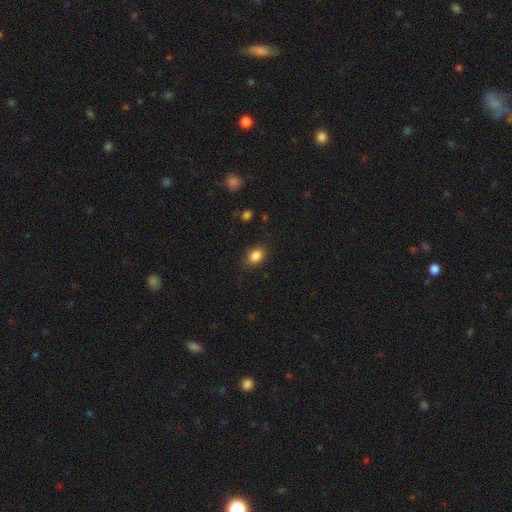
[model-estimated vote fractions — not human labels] Q: Smooth or featured?
A: smooth (85%); runner-up: star or artifact (9%)
Q: How rounded?
A: in between (78%); runner-up: round (21%)
Q: Merging?
A: none (83%); runner-up: minor disturbance (13%)